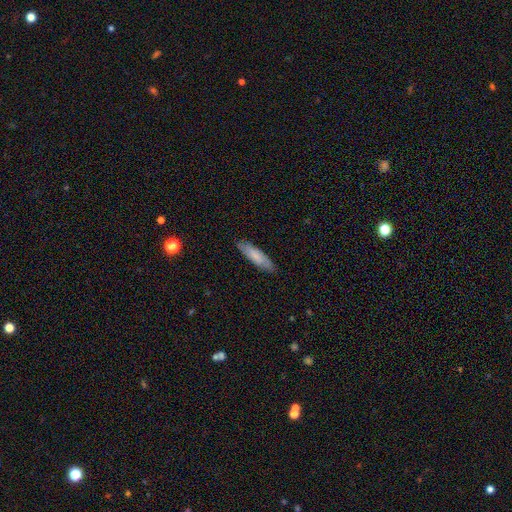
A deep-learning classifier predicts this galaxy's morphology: Smooth or featured?
  - smooth: 76% *
  - featured or disk: 19%
  - star or artifact: 6%
How rounded?
  - cigar-shaped: 68% *
  - in between: 30%
  - round: 1%
Merging?
  - none: 87% *
  - minor disturbance: 10%
  - major disturbance: 2%
  - merger: 1%